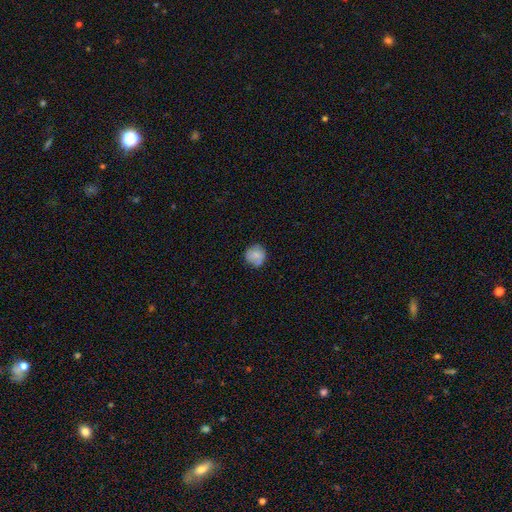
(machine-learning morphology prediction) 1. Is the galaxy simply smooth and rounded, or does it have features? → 81% smooth, 11% featured or disk, 9% star or artifact.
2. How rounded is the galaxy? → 90% round, 9% in between, 1% cigar-shaped.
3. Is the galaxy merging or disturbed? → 74% none, 16% minor disturbance, 6% merger, 4% major disturbance.